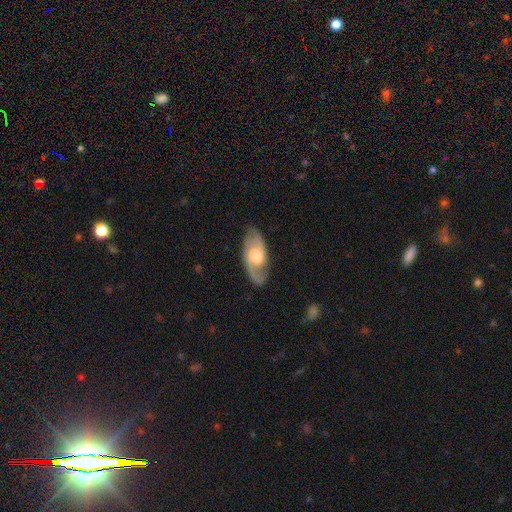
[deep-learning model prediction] This appears to be a featured or disk galaxy (77%) with a weak bar (45%, tied with no), 2 (88%) medium (53%) spiral arms (93%) and a moderate central bulge (46%). Merging: none (81%).